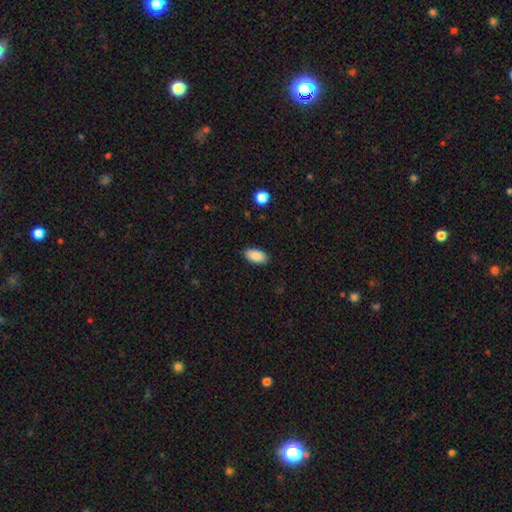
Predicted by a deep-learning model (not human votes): Smooth or featured? Predicted: smooth (p=0.89). How rounded? Predicted: in between (p=0.94). Merging? Predicted: none (p=0.87).